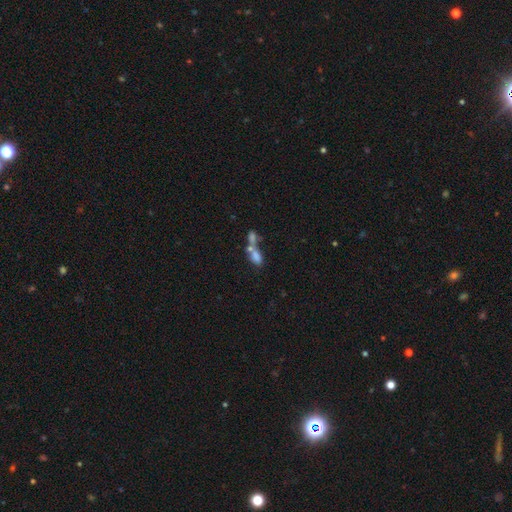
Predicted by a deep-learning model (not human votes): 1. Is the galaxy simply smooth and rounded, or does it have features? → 68% smooth, 20% featured or disk, 12% star or artifact.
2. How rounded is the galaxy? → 80% in between, 11% cigar-shaped, 9% round.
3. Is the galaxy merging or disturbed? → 66% merger, 19% none, 8% major disturbance, 7% minor disturbance.